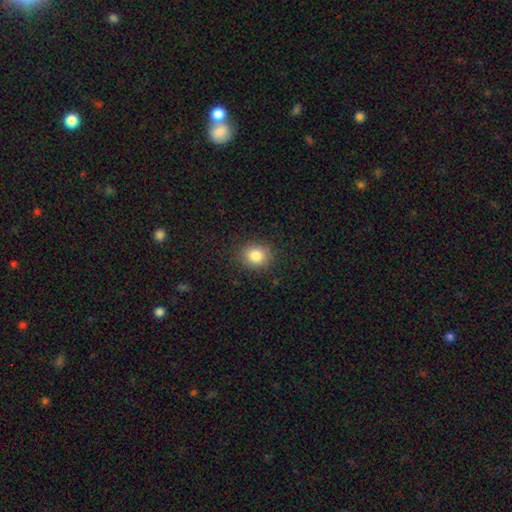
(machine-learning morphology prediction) Smooth or featured? smooth (84%)
How rounded? round (69%)
Merging? none (88%)